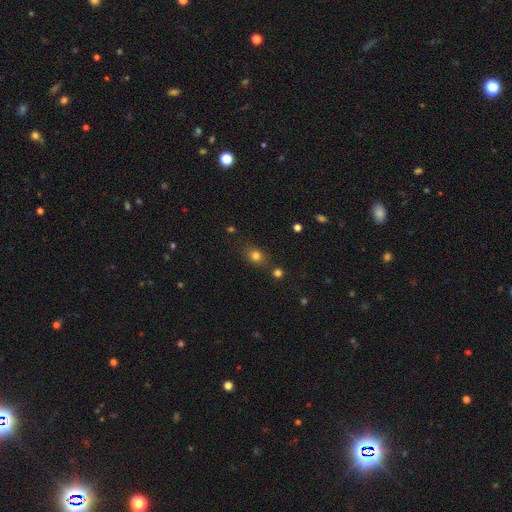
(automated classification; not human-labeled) The model was most divided on "how rounded": round: 53%, in between: 45%, cigar-shaped: 2%. More confident: smooth or featured — smooth (77%); merging — none (76%).